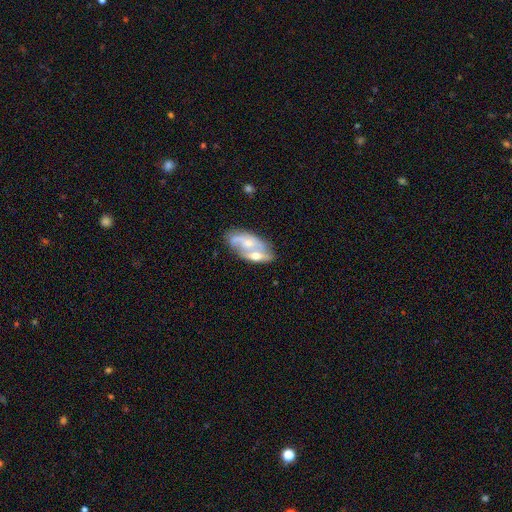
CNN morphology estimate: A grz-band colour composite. It shows a featured or disk galaxy (62%) with no bar (73%), spiral arms (50%, tied with no) and a moderate central bulge (52%). Merging: merger (58%).